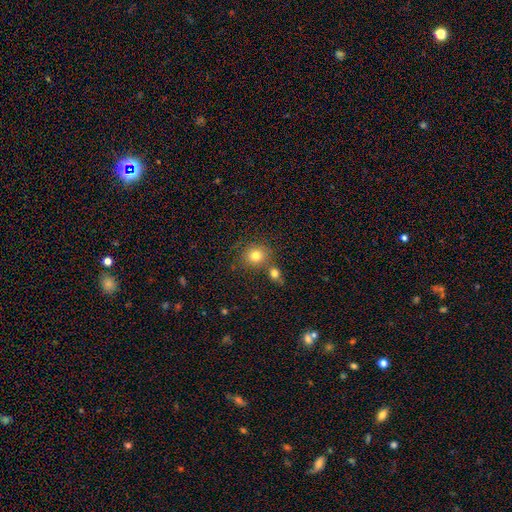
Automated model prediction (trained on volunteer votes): Morphology: type=smooth (79%); roundness=round (78%); merging=none (68%).